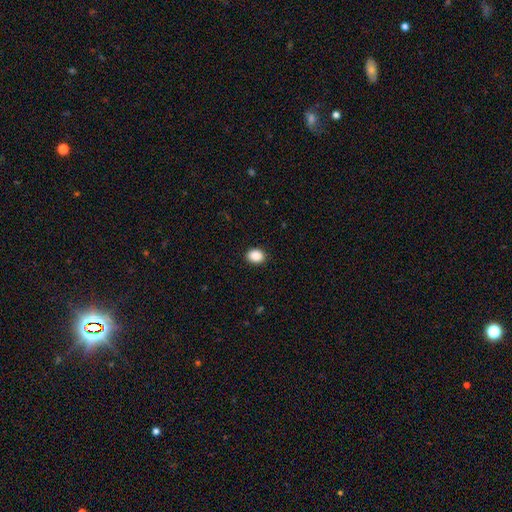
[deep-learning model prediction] Overall: smooth (89%). How rounded: in between (52%; round 48%). Merging: none (90%).